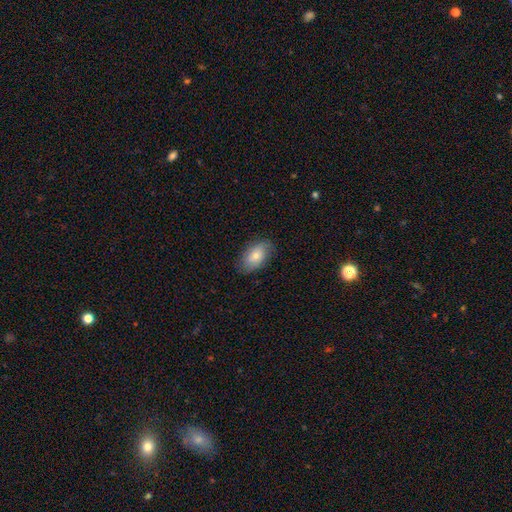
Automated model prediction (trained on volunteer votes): Smooth or featured? smooth (71%)
How rounded? in between (91%)
Merging? none (82%)